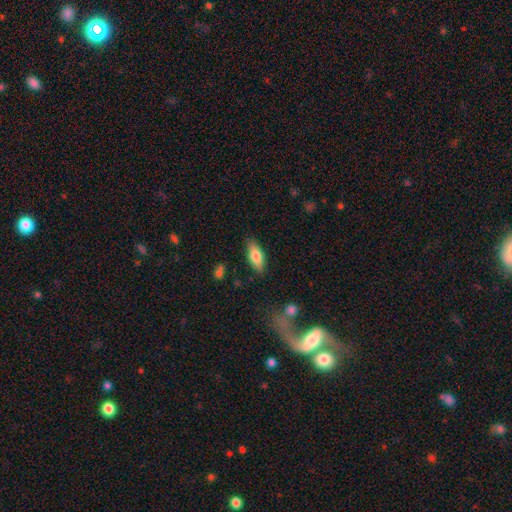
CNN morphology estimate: Q: Smooth or featured?
A: smooth (75%); runner-up: featured or disk (19%)
Q: How rounded?
A: in between (75%); runner-up: cigar-shaped (22%)
Q: Merging?
A: none (84%); runner-up: minor disturbance (12%)